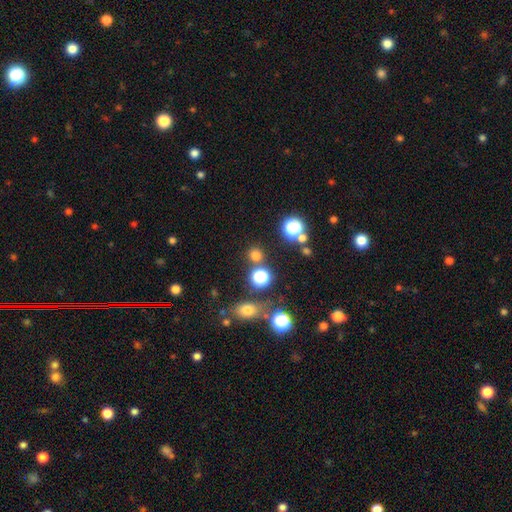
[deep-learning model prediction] The model was most divided on "smooth or featured": smooth: 70%, star or artifact: 24%, featured or disk: 6%. More confident: how rounded — round (90%); merging — none (80%).